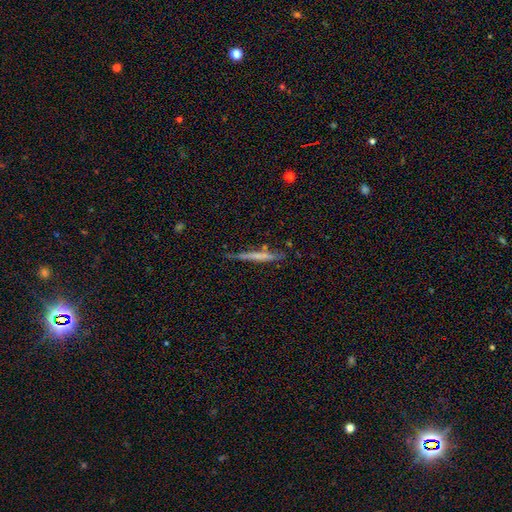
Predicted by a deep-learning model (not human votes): Overall: featured or disk (46%, tied with smooth). Merging: none (83%).